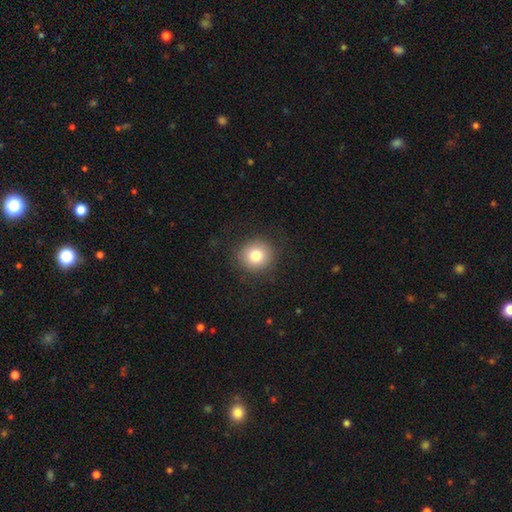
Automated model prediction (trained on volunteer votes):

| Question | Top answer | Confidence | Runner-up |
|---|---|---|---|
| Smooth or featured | smooth | 79% | star or artifact (11%) |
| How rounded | round | 92% | in between (7%) |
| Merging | none | 88% | minor disturbance (8%) |